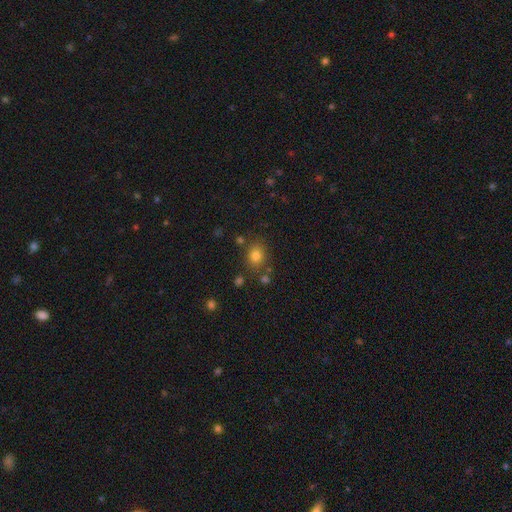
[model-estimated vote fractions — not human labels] The model was most divided on "how rounded": round: 67%, in between: 32%, cigar-shaped: 1%. More confident: smooth or featured — smooth (79%); merging — none (78%).